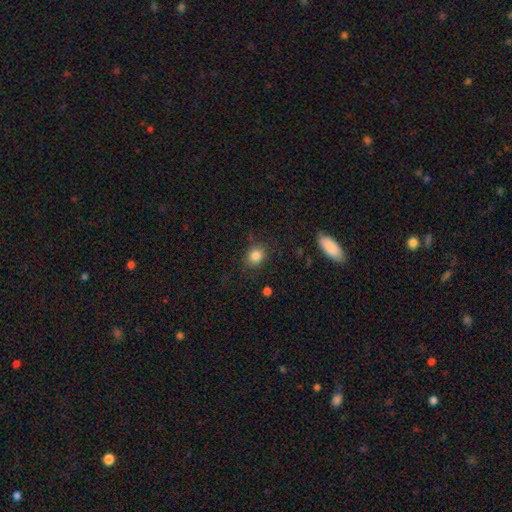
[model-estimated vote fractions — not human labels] Morphology: type=smooth (84%); roundness=round (67%); merging=none (80%).